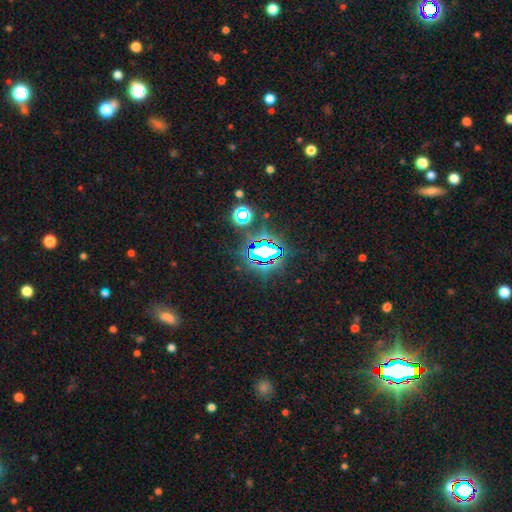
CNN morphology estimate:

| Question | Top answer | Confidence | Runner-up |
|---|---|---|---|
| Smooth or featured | star or artifact | 80% | smooth (13%) |